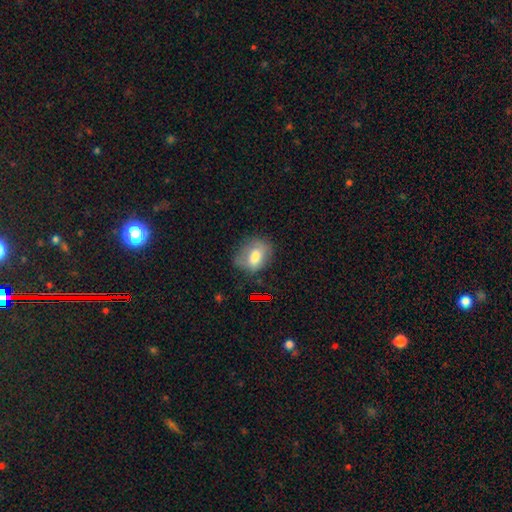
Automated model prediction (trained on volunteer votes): smooth-or-featured: smooth: 70% | featured or disk: 20% | star or artifact: 10%
  how-rounded: in between: 65% | round: 34% | cigar-shaped: 1%
  merging: none: 58% | minor disturbance: 28% | major disturbance: 11% | merger: 3%